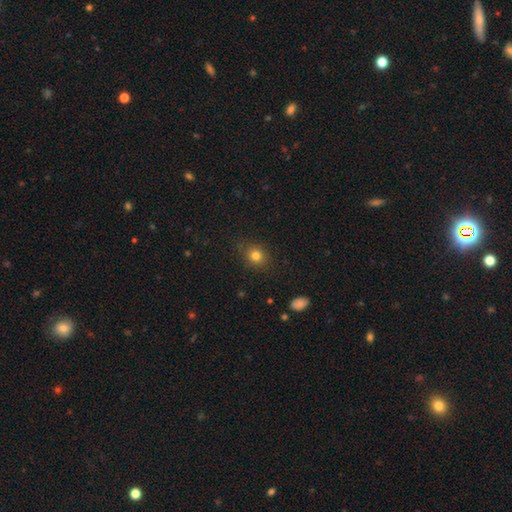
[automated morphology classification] smooth-or-featured: smooth: 80% | star or artifact: 13% | featured or disk: 7%
  how-rounded: round: 68% | in between: 31% | cigar-shaped: 1%
  merging: none: 83% | minor disturbance: 12% | major disturbance: 3% | merger: 1%